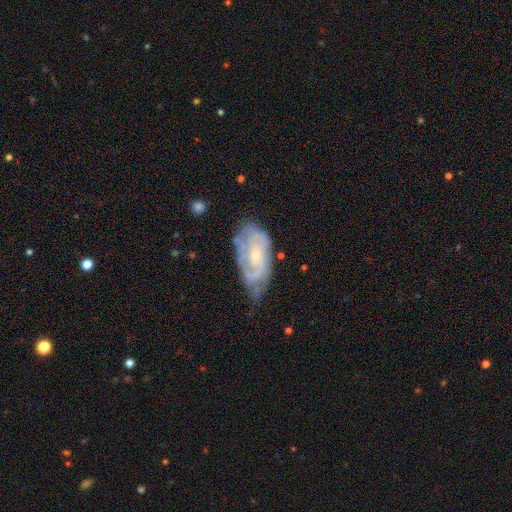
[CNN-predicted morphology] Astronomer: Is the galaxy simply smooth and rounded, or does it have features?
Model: featured or disk — 78%.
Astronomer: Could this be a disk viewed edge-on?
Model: no — 95%.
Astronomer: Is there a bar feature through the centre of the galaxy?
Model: no — 66%.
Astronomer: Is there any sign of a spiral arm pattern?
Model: yes — 90%.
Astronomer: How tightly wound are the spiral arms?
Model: tight — 59%.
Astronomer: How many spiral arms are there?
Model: can't tell — 41% (runner-up: 2, 30%).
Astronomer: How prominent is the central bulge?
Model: small — 67%.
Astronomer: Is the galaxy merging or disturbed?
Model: none — 53% (runner-up: minor disturbance, 34%).